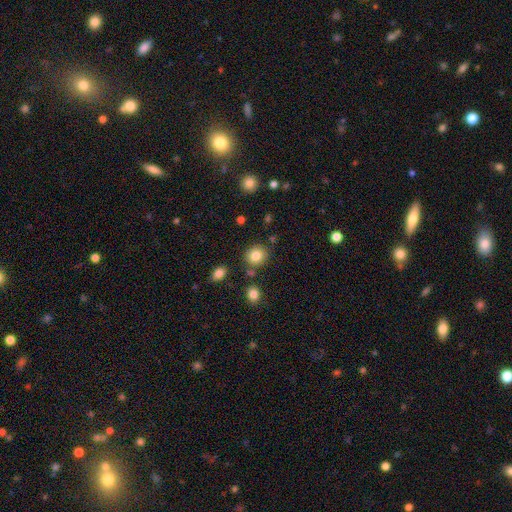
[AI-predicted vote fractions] Q: Smooth or featured?
A: smooth (83%); runner-up: star or artifact (10%)
Q: How rounded?
A: round (80%); runner-up: in between (19%)
Q: Merging?
A: none (80%); runner-up: minor disturbance (10%)